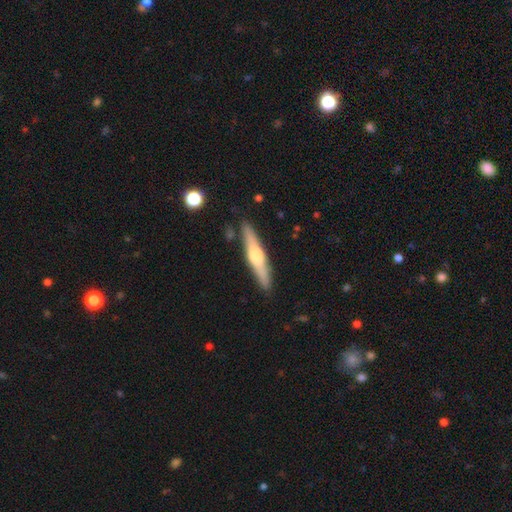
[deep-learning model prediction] Smooth or featured? Predicted: featured or disk (p=0.61). Edge-on disk? Predicted: yes (p=0.96). Edge-on bulge? Predicted: rounded (p=0.86). Merging? Predicted: none (p=0.88).